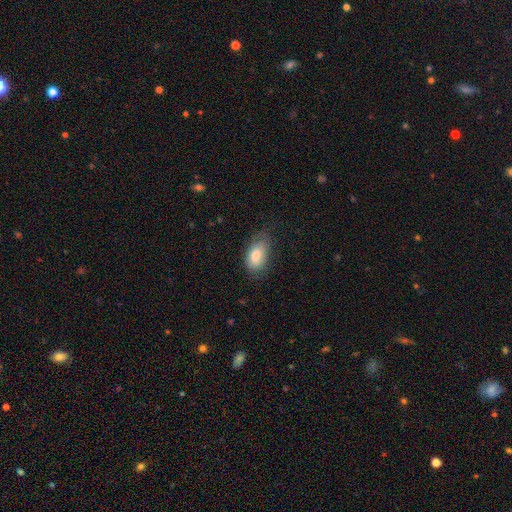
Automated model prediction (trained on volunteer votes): This appears to be a smooth galaxy with no disk features (78%) that is in between round and cigar-shaped (92%). Merging: none (62%).